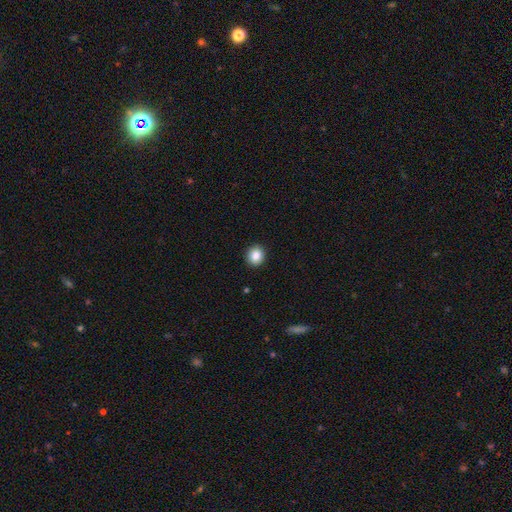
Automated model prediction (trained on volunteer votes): This is clearly a smooth galaxy (86%). How rounded: clearly round (85%). Merging: clearly none (92%).